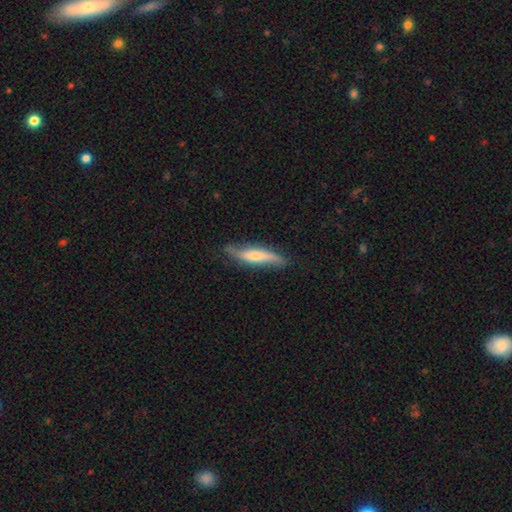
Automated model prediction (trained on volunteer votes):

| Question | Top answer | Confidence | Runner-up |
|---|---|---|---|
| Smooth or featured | featured or disk | 52% | smooth (42%) |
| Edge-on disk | yes | 56% | no (44%) |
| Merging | none | 70% | minor disturbance (23%) |